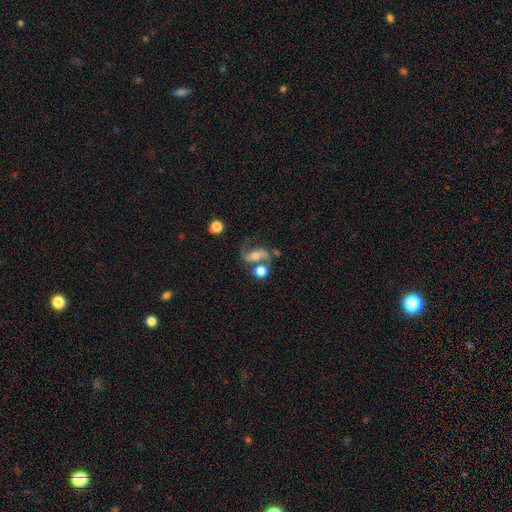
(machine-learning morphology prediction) A featured or disk galaxy (75%) with a strong bar (36%), 2 (91%) loose (56%) spiral arms (91%) and a moderate central bulge (59%). Merging: none (53%).